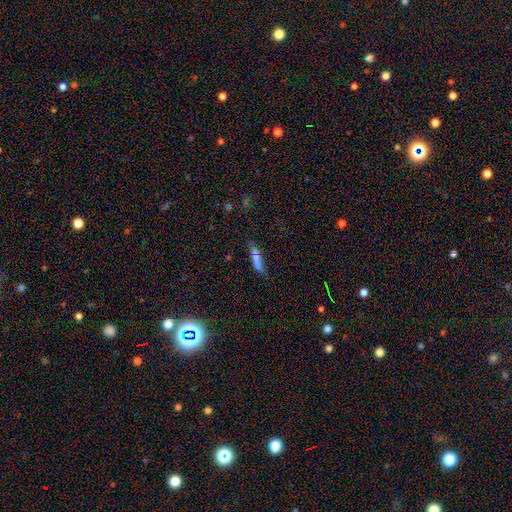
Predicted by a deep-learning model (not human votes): This is likely a smooth galaxy (67%). How rounded: clearly cigar-shaped (80%). Merging: possibly none (60%).